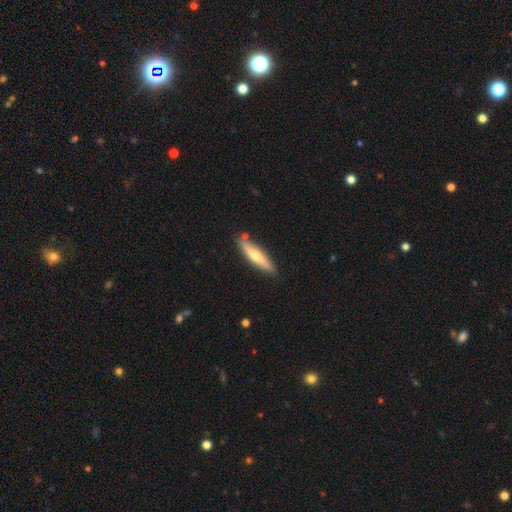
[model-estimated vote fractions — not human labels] Smooth or featured? Predicted: smooth (p=0.61). How rounded? Predicted: cigar-shaped (p=0.81). Merging? Predicted: none (p=0.82).